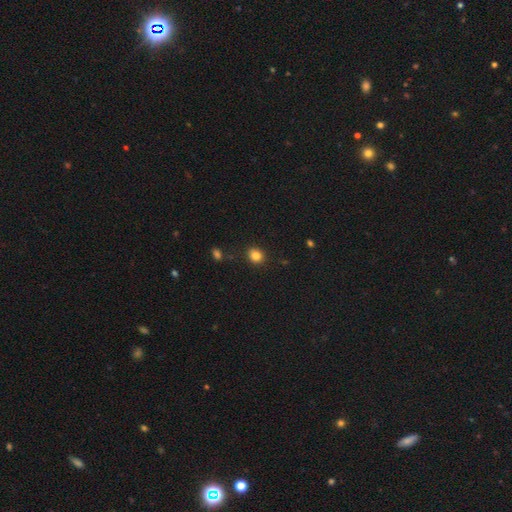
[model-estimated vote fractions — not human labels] Smooth or featured?
  - smooth: 83% *
  - star or artifact: 12%
  - featured or disk: 5%
How rounded?
  - round: 75% *
  - in between: 24%
  - cigar-shaped: 1%
Merging?
  - none: 87% *
  - minor disturbance: 9%
  - major disturbance: 2%
  - merger: 2%